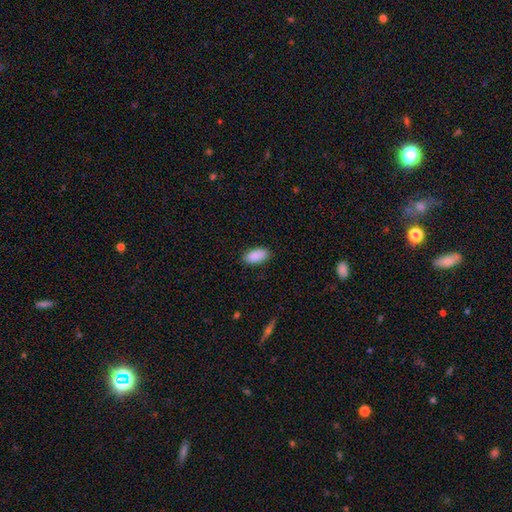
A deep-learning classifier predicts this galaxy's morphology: The model was most divided on "merging": none: 86%, minor disturbance: 10%, major disturbance: 2%, merger: 1%. More confident: how rounded — in between (93%); smooth or featured — smooth (90%).